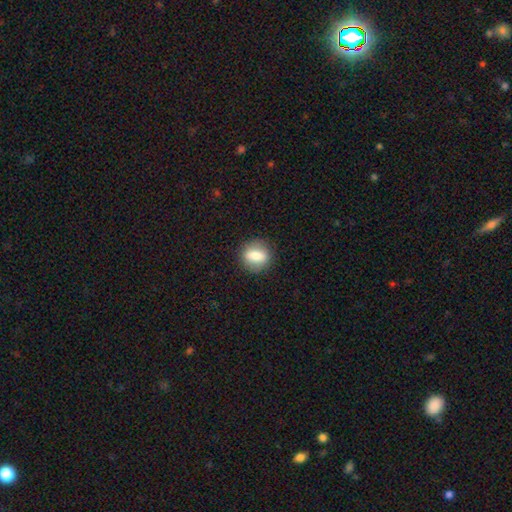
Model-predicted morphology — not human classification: smooth-or-featured: smooth: 68% | featured or disk: 24% | star or artifact: 8%
  how-rounded: round: 66% | in between: 31% | cigar-shaped: 3%
  merging: none: 87% | minor disturbance: 9% | major disturbance: 3% | merger: 1%